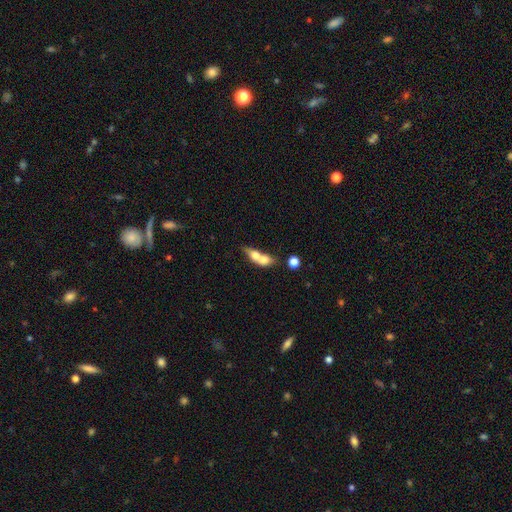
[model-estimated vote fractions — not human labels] Morphology: type=smooth (63%); roundness=in between (55%); merging=merger (71%).